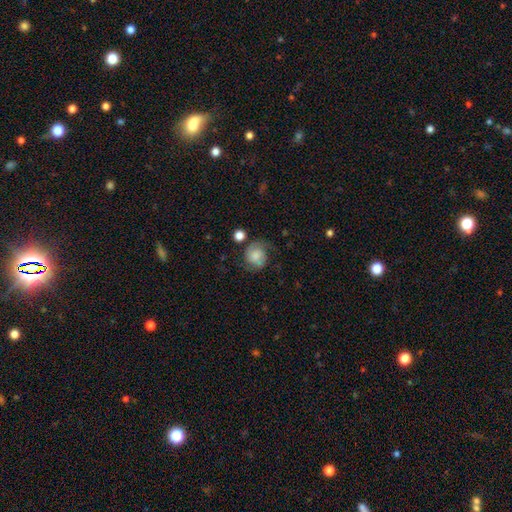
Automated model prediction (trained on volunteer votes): This is possibly a smooth galaxy (50%). Merging: possibly none (58%).